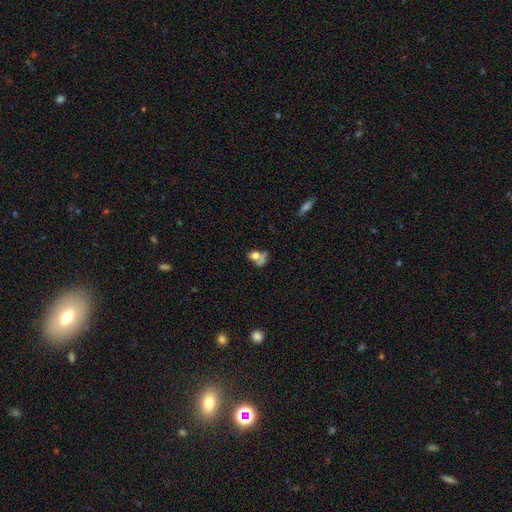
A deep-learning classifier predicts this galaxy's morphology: Smooth or featured? Predicted: smooth (p=0.62). How rounded? Predicted: in between (p=0.64). Merging? Predicted: merger (p=0.36).